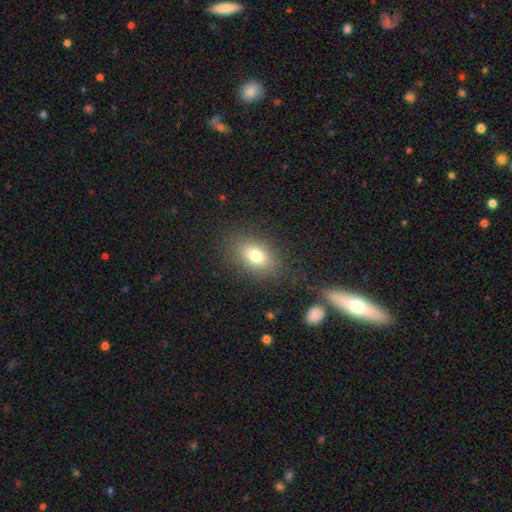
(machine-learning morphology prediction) This is likely a smooth galaxy (76%). How rounded: clearly in between (80%). Merging: clearly none (84%).